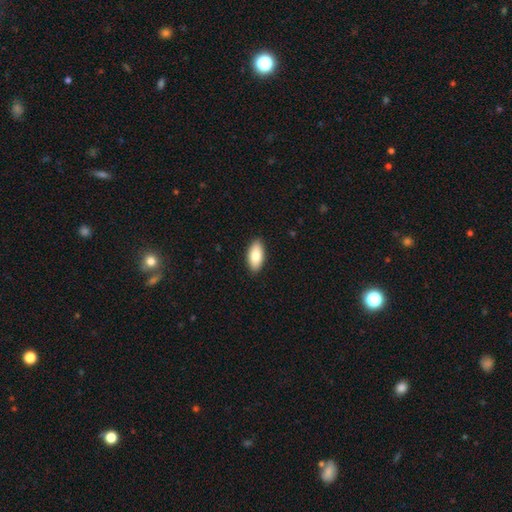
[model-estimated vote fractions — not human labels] This is clearly a smooth galaxy (85%). How rounded: clearly in between (92%). Merging: clearly none (90%).